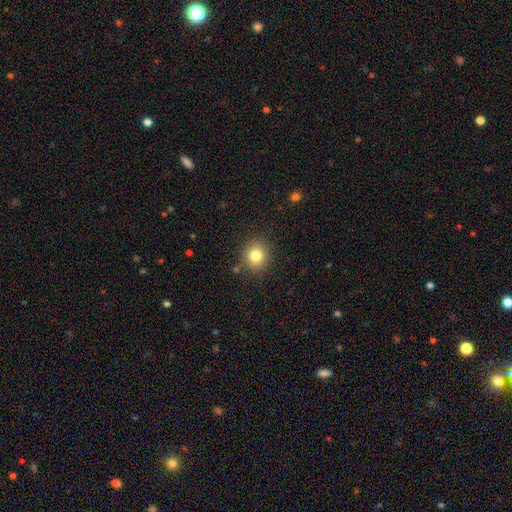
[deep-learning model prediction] Morphology: type=smooth (81%); roundness=round (85%); merging=none (87%).